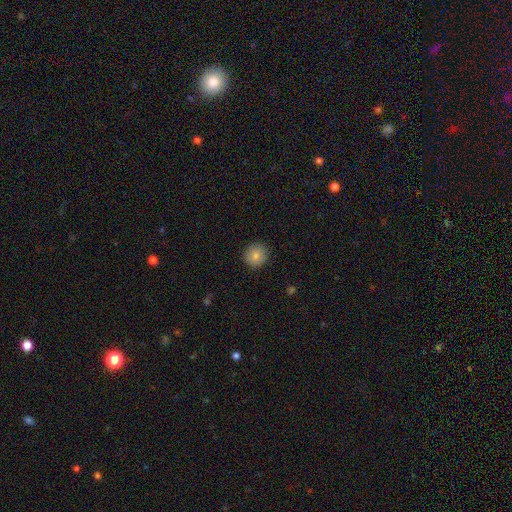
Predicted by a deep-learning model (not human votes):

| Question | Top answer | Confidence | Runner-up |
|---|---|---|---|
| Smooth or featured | smooth | 82% | star or artifact (10%) |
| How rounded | round | 93% | in between (6%) |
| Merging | none | 91% | minor disturbance (7%) |